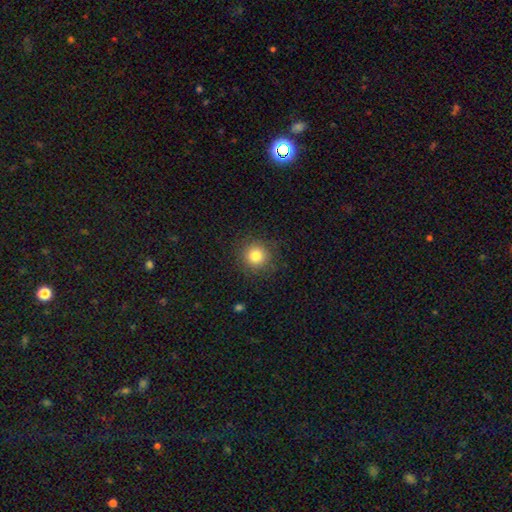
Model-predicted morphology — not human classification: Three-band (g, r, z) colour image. It shows a smooth galaxy with no disk features (81%) that is round (94%). Merging: none (89%).